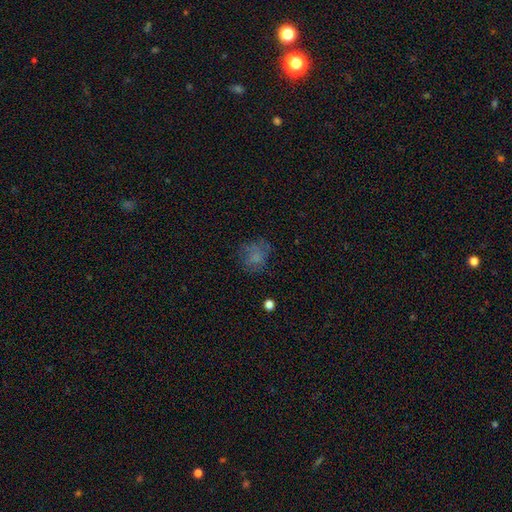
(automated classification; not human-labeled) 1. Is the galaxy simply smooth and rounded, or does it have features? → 65% smooth, 19% featured or disk, 16% star or artifact.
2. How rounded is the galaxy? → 71% round, 28% in between, 1% cigar-shaped.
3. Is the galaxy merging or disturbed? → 62% none, 20% minor disturbance, 15% major disturbance, 2% merger.